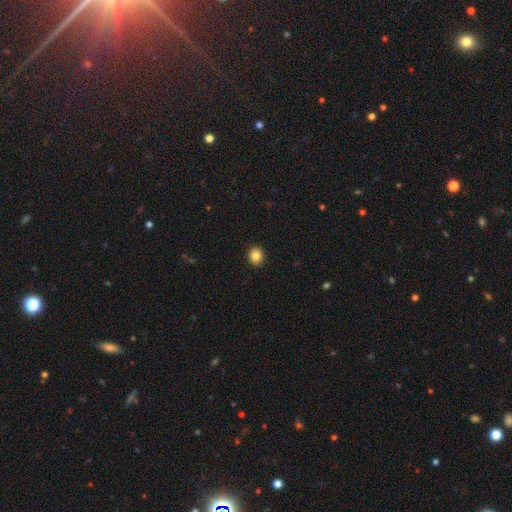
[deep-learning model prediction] Smooth or featured? smooth (85%)
How rounded? round (77%)
Merging? none (92%)